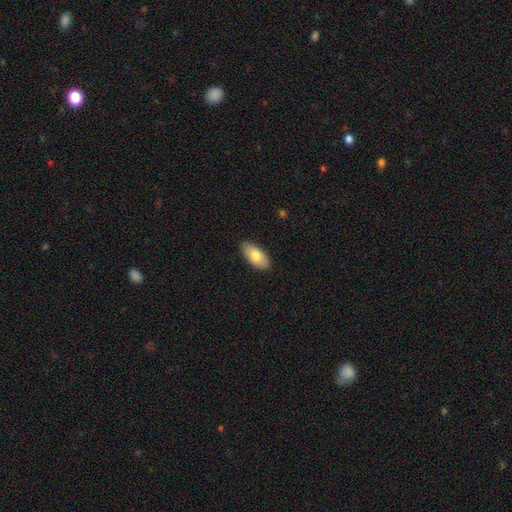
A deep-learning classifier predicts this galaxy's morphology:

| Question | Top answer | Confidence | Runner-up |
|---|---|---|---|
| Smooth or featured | smooth | 78% | featured or disk (16%) |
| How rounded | in between | 92% | cigar-shaped (5%) |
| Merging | none | 88% | minor disturbance (9%) |